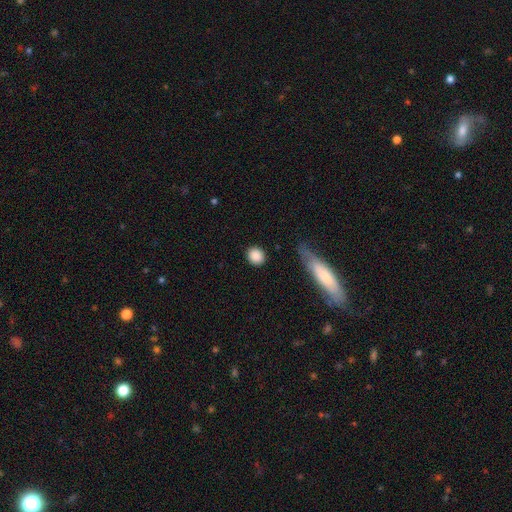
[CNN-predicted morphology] type=smooth (88%); roundness=round (83%); merging=none (87%).